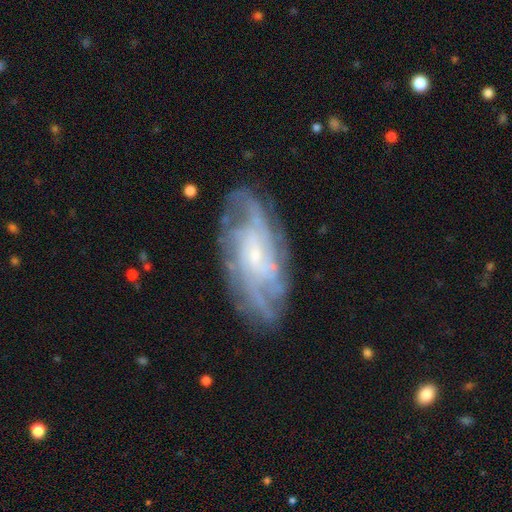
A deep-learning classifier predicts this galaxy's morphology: This is clearly a featured or disk galaxy (84%). It is clearly not viewed edge-on (93%). Bar: likely no (61%). Spiral arm pattern: clearly yes (95%). Spiral arm count: marginally can't tell (38%). Spiral winding: possibly tight (59%). Central bulge: likely small (73%). Merging: likely none (77%).